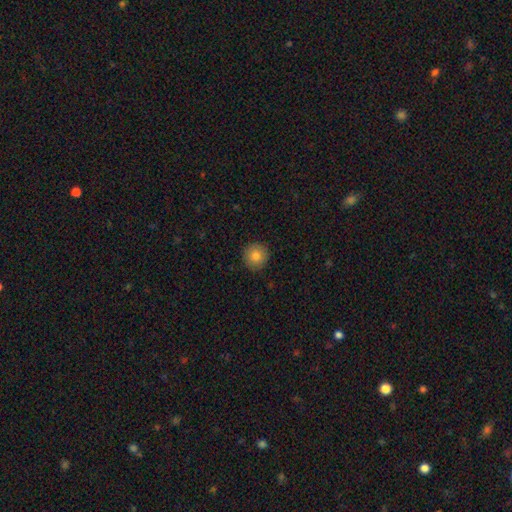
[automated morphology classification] A smooth galaxy with no disk features (83%) that is round (95%). Merging: none (92%).